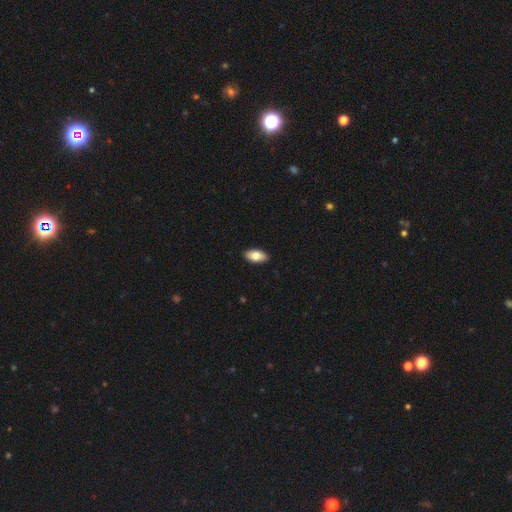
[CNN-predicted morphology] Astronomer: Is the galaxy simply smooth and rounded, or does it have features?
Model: smooth — 80%.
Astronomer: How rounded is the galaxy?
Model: in between — 93%.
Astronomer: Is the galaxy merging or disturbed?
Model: none — 91%.